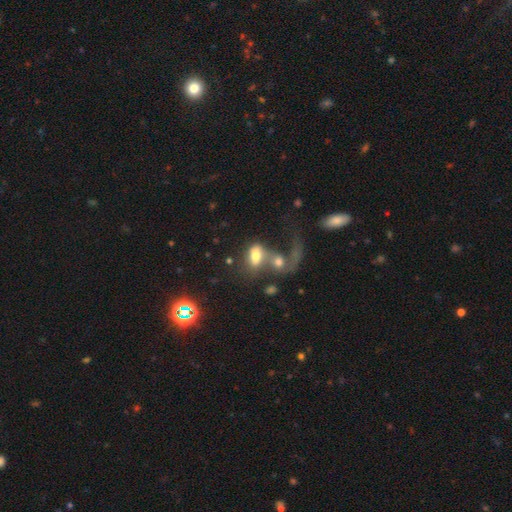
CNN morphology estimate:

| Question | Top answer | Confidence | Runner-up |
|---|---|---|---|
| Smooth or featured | smooth | 63% | featured or disk (27%) |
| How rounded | in between | 82% | round (15%) |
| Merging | merger | 64% | major disturbance (18%) |